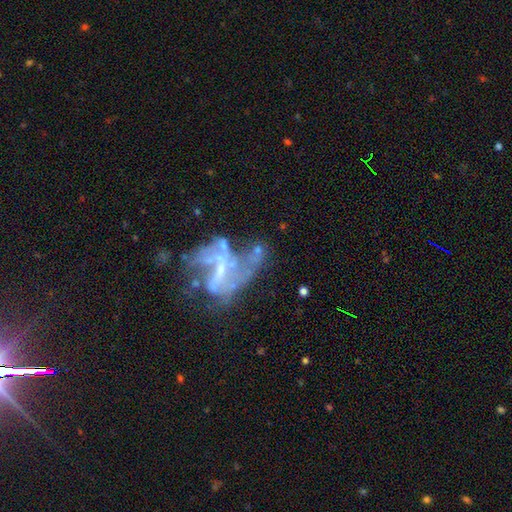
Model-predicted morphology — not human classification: A featured or disk galaxy (72%) with no bar (47%), no spiral arms (54%) and no central bulge (40%).

Vote fractions:
- Smooth or featured? featured or disk: 72% / star or artifact: 15% / smooth: 13%
- Edge-on disk? no: 97% / yes: 3%
- Bar? no: 47% / weak: 33% / strong: 20%
- Spiral arms? no: 54% / yes: 46%
- Bulge size? none: 40% / small: 39% / moderate: 18% / large: 2% / dominant: 1%
- Merging? major disturbance: 40% / none: 26% / merger: 19% / minor disturbance: 14%